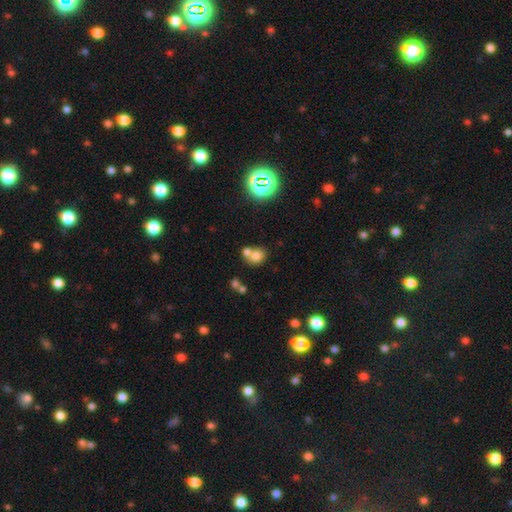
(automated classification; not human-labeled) smooth 71%, star or artifact 16%, featured or disk 14%. Down the decision tree: how rounded — round (65%); merging — merger (47%).